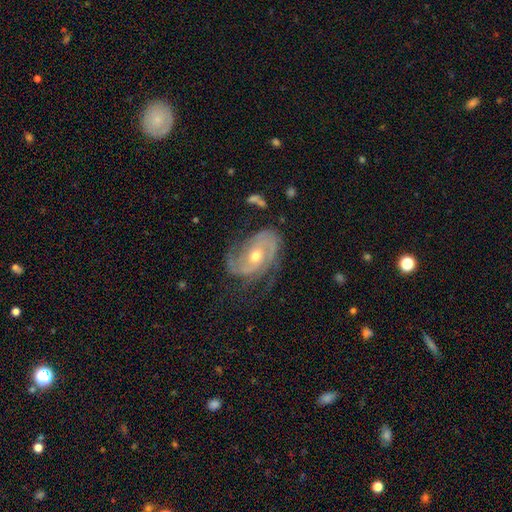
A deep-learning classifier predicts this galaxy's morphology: This is clearly a featured or disk galaxy (87%). It is clearly not viewed edge-on (97%). Bar: likely no (64%). Spiral arm pattern: clearly yes (95%). Spiral arm count: possibly 2 (54%). Spiral winding: possibly tight (49%). Central bulge: likely moderate (65%). Merging: likely none (62%).